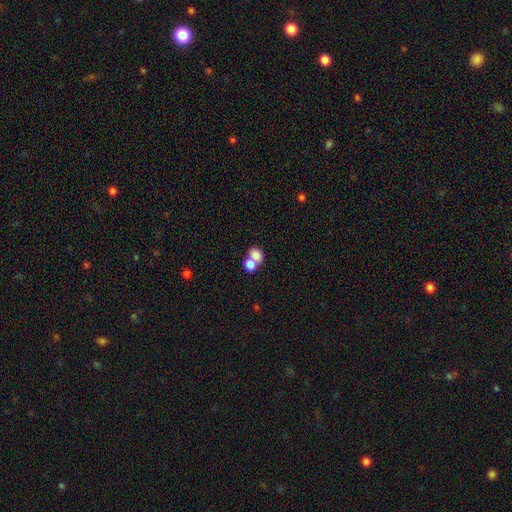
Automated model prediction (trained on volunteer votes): This is likely a smooth galaxy (79%). How rounded: possibly in between (57%). Merging: likely merger (60%).